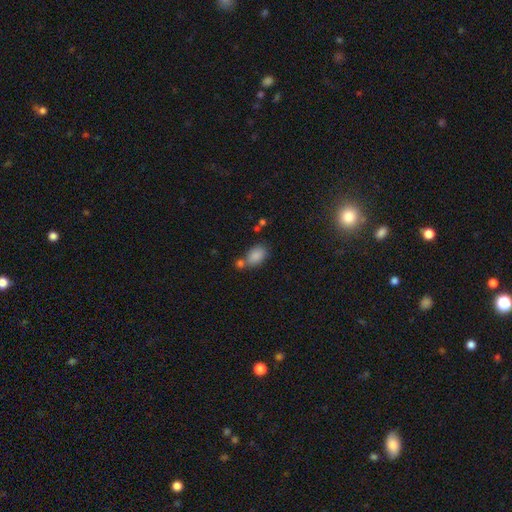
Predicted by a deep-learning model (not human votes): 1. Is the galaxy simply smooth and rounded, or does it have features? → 85% smooth, 9% star or artifact, 6% featured or disk.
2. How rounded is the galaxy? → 87% in between, 12% round, 2% cigar-shaped.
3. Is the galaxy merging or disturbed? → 52% none, 29% merger, 14% minor disturbance, 5% major disturbance.